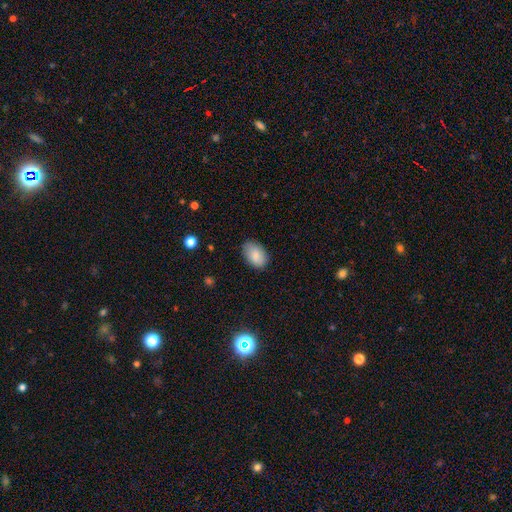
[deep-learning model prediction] This is clearly a smooth galaxy (87%). How rounded: clearly in between (90%). Merging: clearly none (82%).